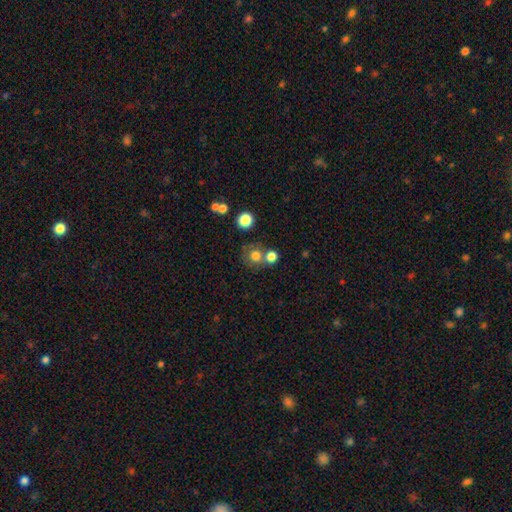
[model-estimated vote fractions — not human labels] This appears to be a smooth galaxy with no disk features (74%) that is round (87%). Merging: none (55%).